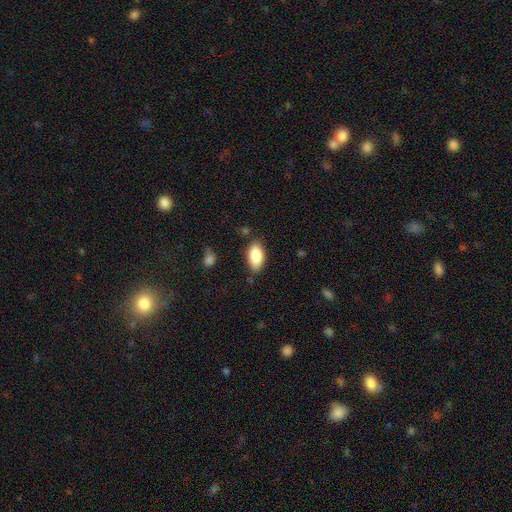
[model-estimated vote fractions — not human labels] Q: Smooth or featured?
A: smooth (86%); runner-up: featured or disk (7%)
Q: How rounded?
A: in between (92%); runner-up: cigar-shaped (5%)
Q: Merging?
A: none (81%); runner-up: minor disturbance (14%)